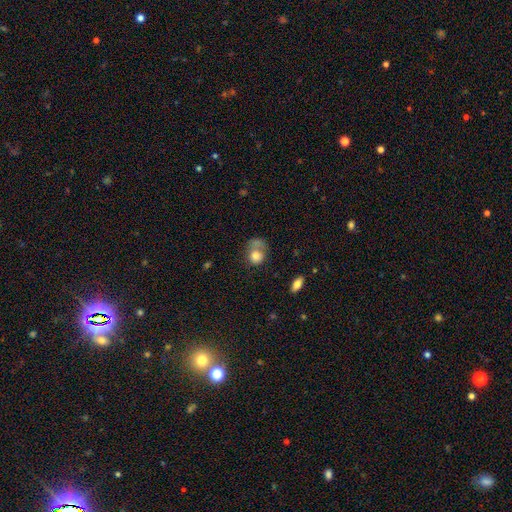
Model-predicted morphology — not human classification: type=smooth (75%); roundness=round (62%); merging=merger (34%).